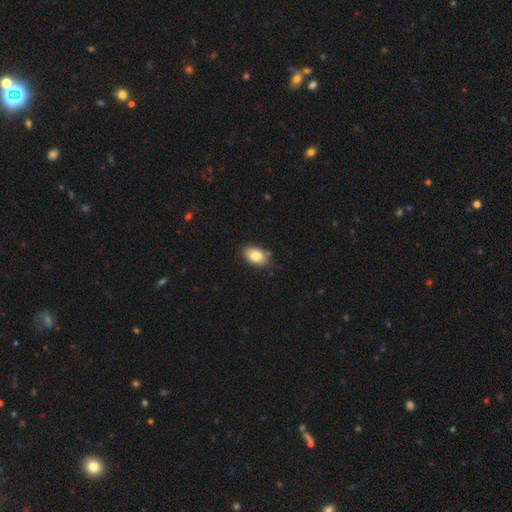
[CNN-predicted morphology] Smooth or featured?
  - smooth: 83% *
  - featured or disk: 9%
  - star or artifact: 8%
How rounded?
  - in between: 87% *
  - round: 12%
  - cigar-shaped: 1%
Merging?
  - none: 81% *
  - minor disturbance: 15%
  - major disturbance: 2%
  - merger: 2%